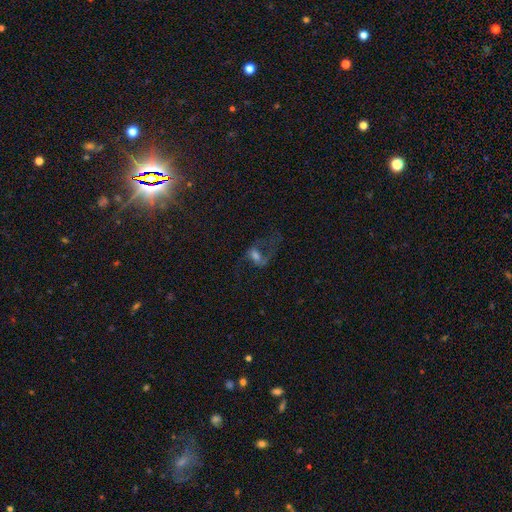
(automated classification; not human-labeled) Morphology: type=featured or disk (51%); edge-on=no (94%); merging=major disturbance (50%).